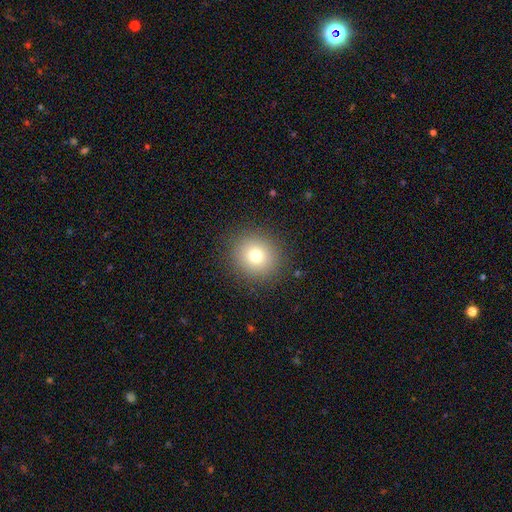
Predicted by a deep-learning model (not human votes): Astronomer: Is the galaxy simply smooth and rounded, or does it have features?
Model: smooth — 76%.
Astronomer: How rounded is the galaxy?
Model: round — 91%.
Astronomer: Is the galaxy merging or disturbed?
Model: none — 90%.